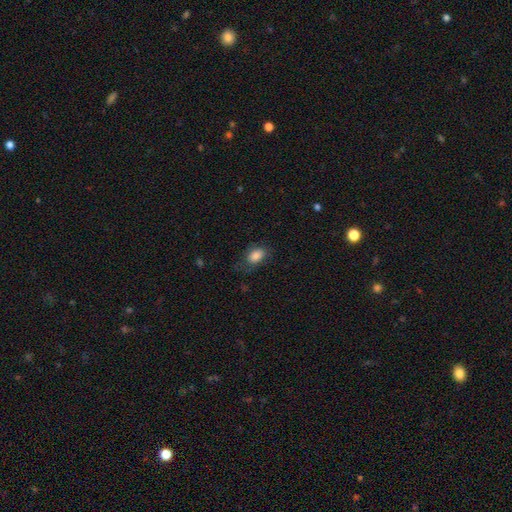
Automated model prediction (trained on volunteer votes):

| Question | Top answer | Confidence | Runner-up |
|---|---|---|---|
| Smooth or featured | smooth | 83% | featured or disk (9%) |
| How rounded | in between | 85% | round (13%) |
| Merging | none | 65% | minor disturbance (23%) |